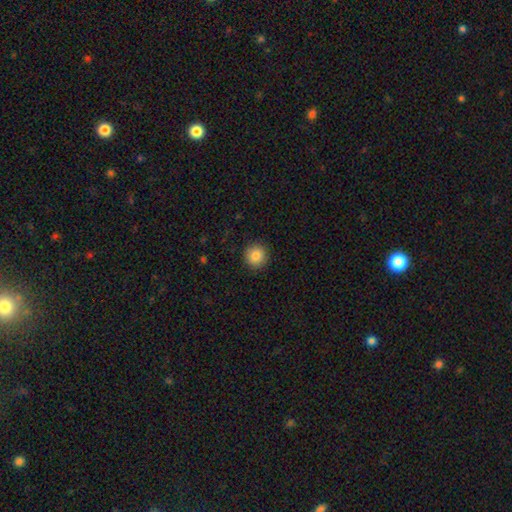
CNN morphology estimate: smooth-or-featured: smooth: 86% | star or artifact: 9% | featured or disk: 5%
  how-rounded: round: 93% | in between: 6% | cigar-shaped: 1%
  merging: none: 91% | minor disturbance: 6% | major disturbance: 2% | merger: 1%